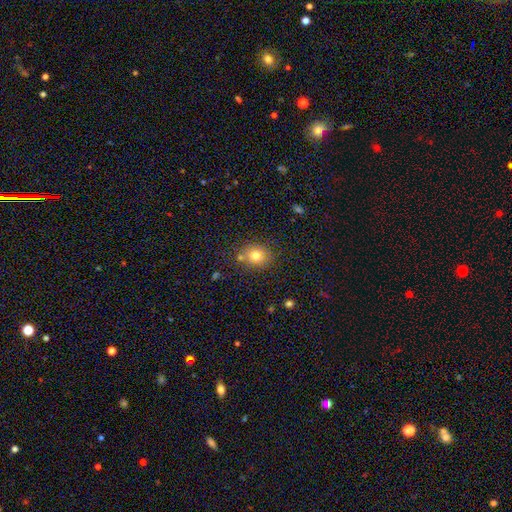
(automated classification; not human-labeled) smooth-or-featured: smooth: 77% | star or artifact: 12% | featured or disk: 10%
  how-rounded: round: 69% | in between: 30% | cigar-shaped: 1%
  merging: none: 76% | minor disturbance: 12% | merger: 9% | major disturbance: 3%